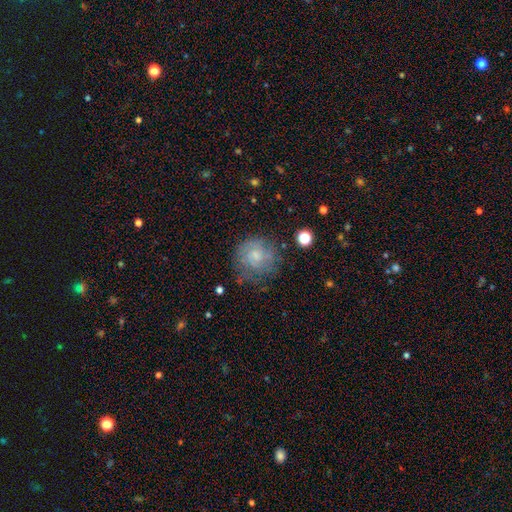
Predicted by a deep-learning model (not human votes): smooth-or-featured: featured or disk: 47% | smooth: 43% | star or artifact: 10%
  merging: none: 63% | minor disturbance: 22% | major disturbance: 13% | merger: 2%